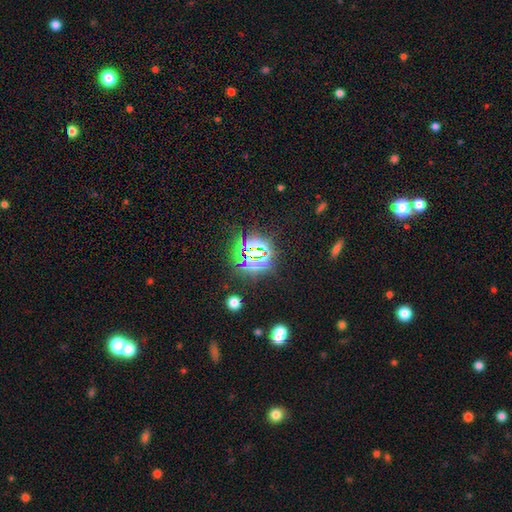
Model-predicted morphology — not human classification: This appears to be a star or artifact, not a galaxy (76%).